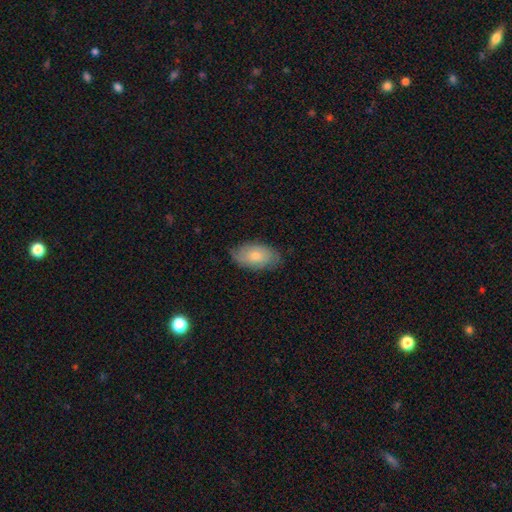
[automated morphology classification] This appears to be a smooth galaxy with no disk features (68%) that is in between round and cigar-shaped (93%). Merging: none (74%).